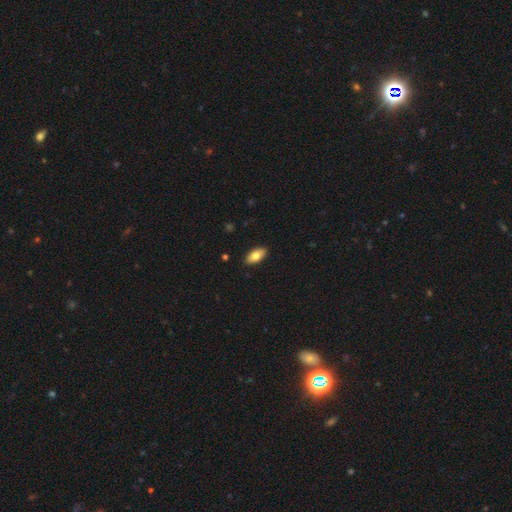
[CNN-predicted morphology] Smooth or featured? Predicted: smooth (p=0.77). How rounded? Predicted: in between (p=0.92). Merging? Predicted: none (p=0.89).